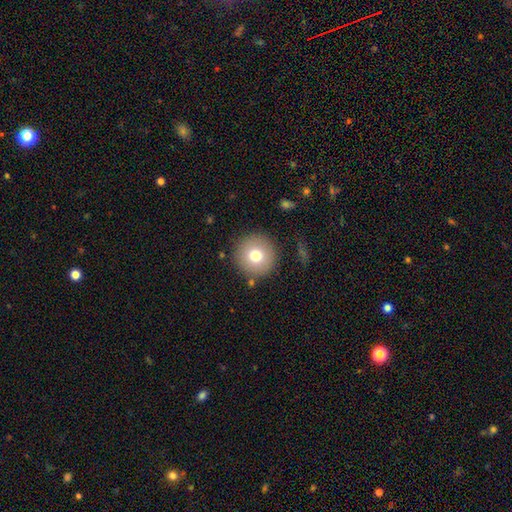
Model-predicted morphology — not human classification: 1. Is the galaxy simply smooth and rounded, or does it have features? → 75% smooth, 14% featured or disk, 10% star or artifact.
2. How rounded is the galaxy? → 96% round, 3% in between, 1% cigar-shaped.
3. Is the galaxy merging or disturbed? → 88% none, 7% minor disturbance, 3% major disturbance, 2% merger.